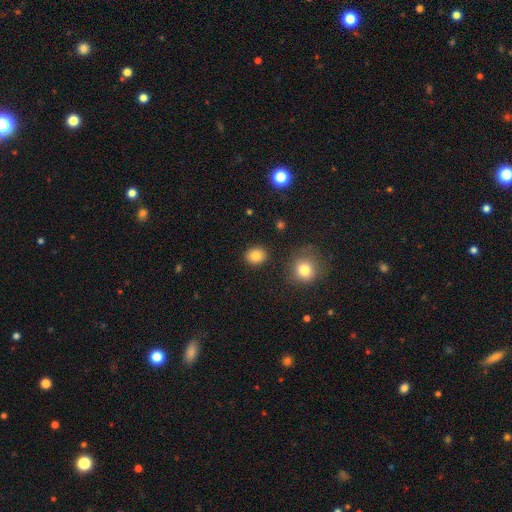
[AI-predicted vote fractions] This appears to be a smooth galaxy with no disk features (84%) that is round (64%). Merging: none (88%).